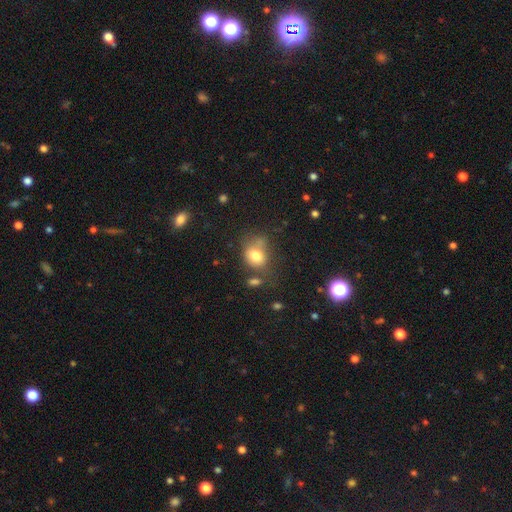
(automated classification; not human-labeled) Overall: smooth (76%). How rounded: in between (56%; round 43%). Merging: none (41%; minor disturbance 25%).